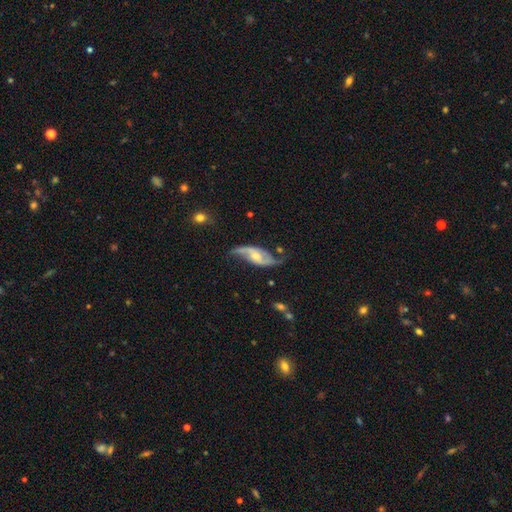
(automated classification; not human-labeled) Overall: featured or disk (85%). Edge-on disk: no (94%). Bar: no (45%; weak 39%). Spiral arms: yes (94%). Spiral arm count: 2 (91%). Spiral winding: loose (72%). Bulge size: moderate (52%; small 41%). Merging: none (62%; minor disturbance 23%).